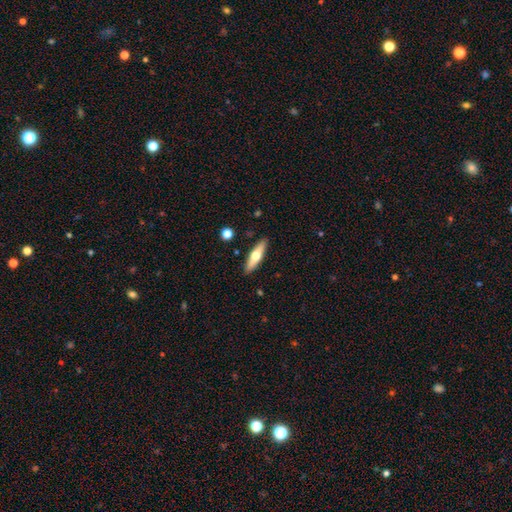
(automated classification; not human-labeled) Smooth or featured: smooth — 52% (featured or disk — 43%)
How rounded: cigar-shaped — 65% (in between — 33%)
Merging: none — 89% (minor disturbance — 8%)